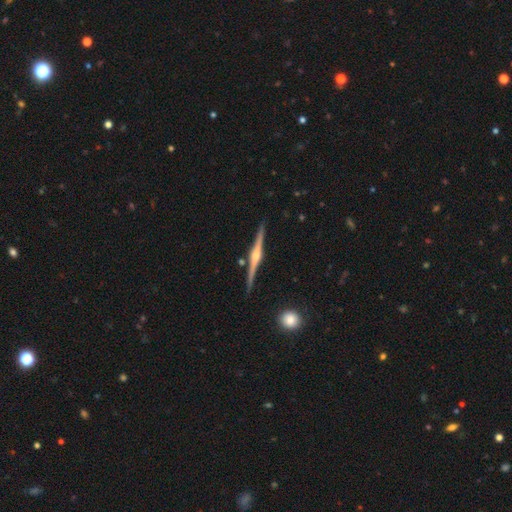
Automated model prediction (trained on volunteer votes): Smooth or featured?
  - featured or disk: 87% *
  - smooth: 8%
  - star or artifact: 5%
Edge-on disk?
  - yes: 99% *
  - no: 1%
Edge-on bulge?
  - rounded: 87% *
  - boxy: 9%
  - none: 5%
Merging?
  - none: 91% *
  - minor disturbance: 6%
  - merger: 2%
  - major disturbance: 1%